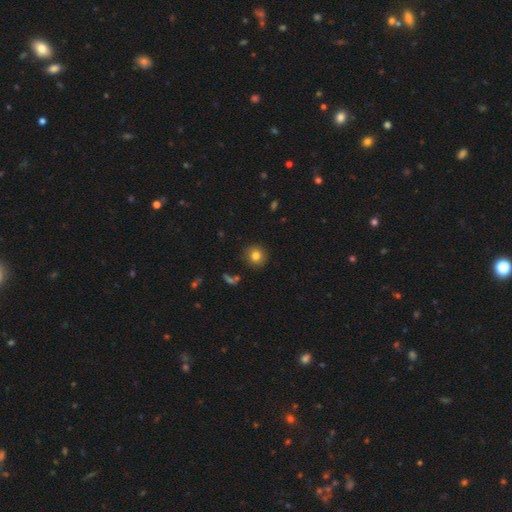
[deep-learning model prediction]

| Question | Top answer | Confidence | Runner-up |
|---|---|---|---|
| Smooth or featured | smooth | 80% | star or artifact (11%) |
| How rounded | round | 91% | in between (8%) |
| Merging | none | 88% | minor disturbance (8%) |